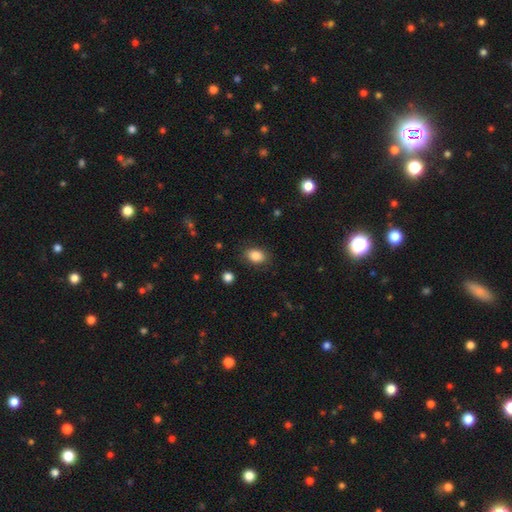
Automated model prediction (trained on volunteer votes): Smooth or featured?
  - smooth: 85% *
  - star or artifact: 9%
  - featured or disk: 6%
How rounded?
  - in between: 77% *
  - round: 22%
  - cigar-shaped: 1%
Merging?
  - none: 83% *
  - minor disturbance: 13%
  - major disturbance: 4%
  - merger: 1%